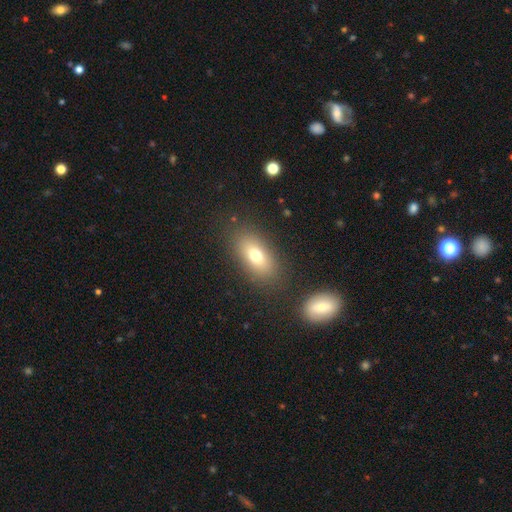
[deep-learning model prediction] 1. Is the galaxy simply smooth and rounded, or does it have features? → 73% smooth, 16% featured or disk, 11% star or artifact.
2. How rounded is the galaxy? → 85% in between, 10% round, 6% cigar-shaped.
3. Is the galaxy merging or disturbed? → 83% none, 10% minor disturbance, 4% major disturbance, 3% merger.